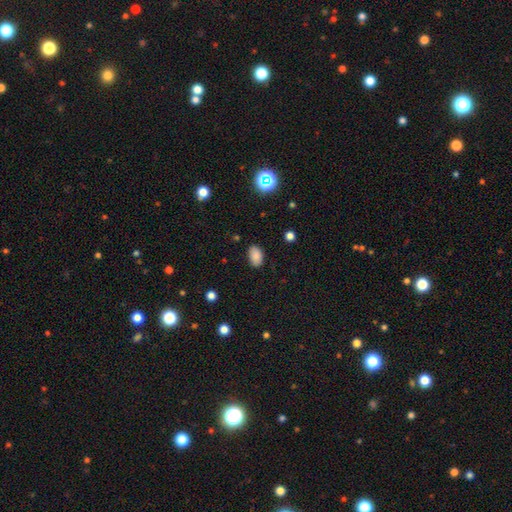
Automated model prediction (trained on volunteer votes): Smooth or featured? smooth (85%)
How rounded? in between (88%)
Merging? none (85%)